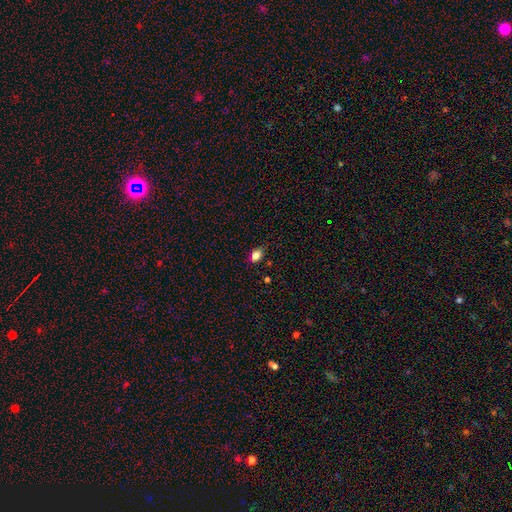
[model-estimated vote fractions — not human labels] Morphology: type=smooth (81%); roundness=in between (77%); merging=none (78%).